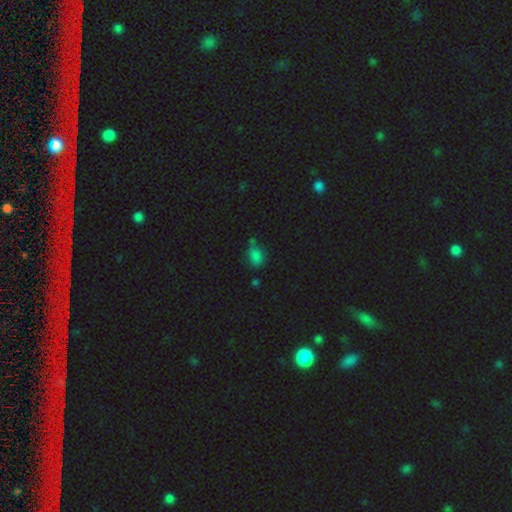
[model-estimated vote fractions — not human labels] Overall: smooth (76%). How rounded: in between (70%). Merging: none (56%; minor disturbance 25%).